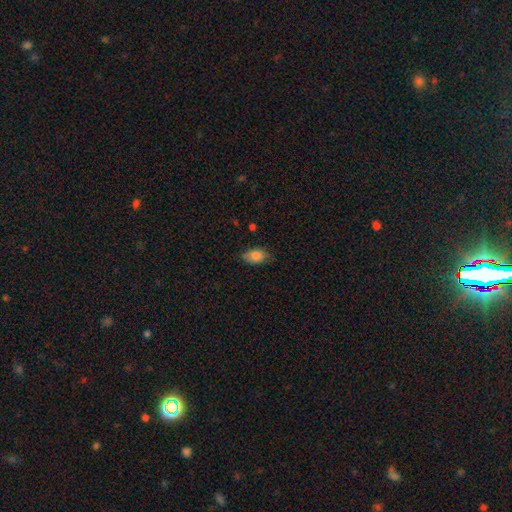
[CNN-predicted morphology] The model was most divided on "merging": none: 74%, minor disturbance: 21%, major disturbance: 4%, merger: 1%. More confident: how rounded — in between (90%); smooth or featured — smooth (84%).